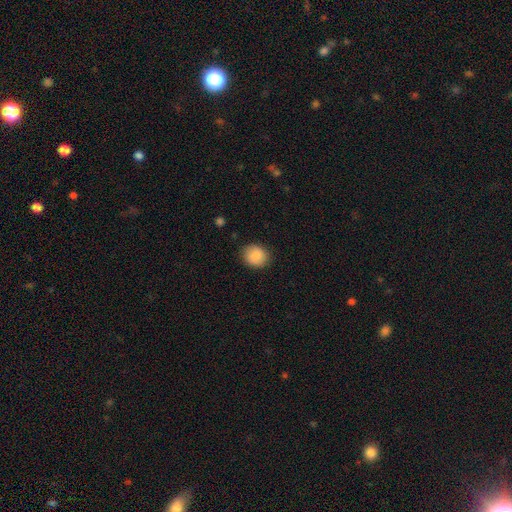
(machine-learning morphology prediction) This appears to be a smooth galaxy with no disk features (87%) that is round (70%). Merging: none (86%).